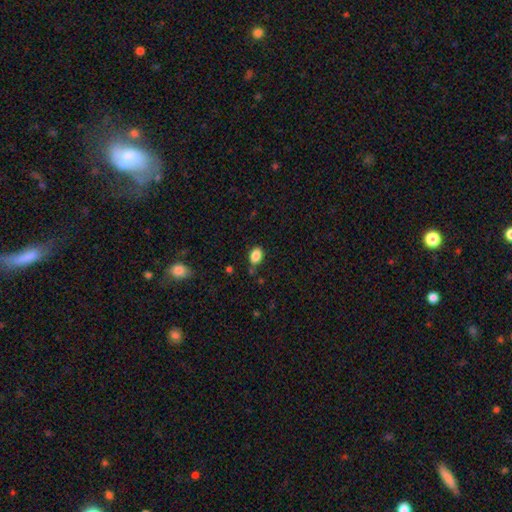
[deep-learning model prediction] This appears to be a smooth galaxy with no disk features (87%) that is in between round and cigar-shaped (81%). Merging: none (76%).